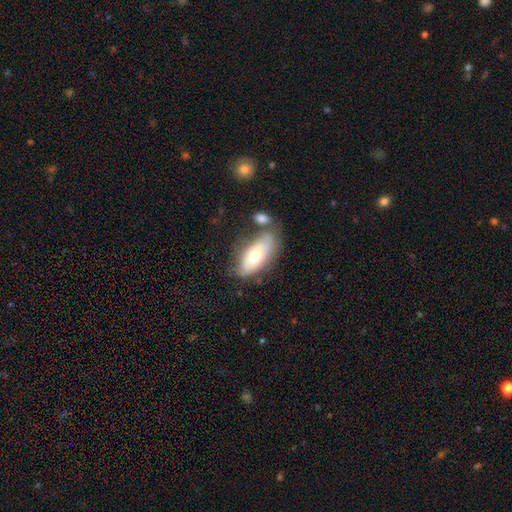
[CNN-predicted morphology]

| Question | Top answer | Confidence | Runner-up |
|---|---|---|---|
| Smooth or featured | smooth | 57% | featured or disk (36%) |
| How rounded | in between | 87% | cigar-shaped (10%) |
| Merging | none | 52% | minor disturbance (22%) |